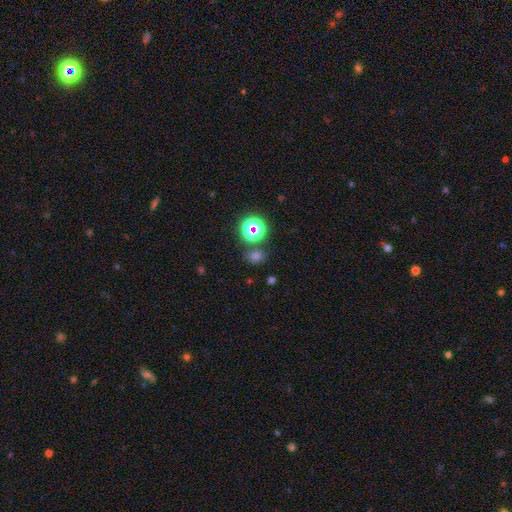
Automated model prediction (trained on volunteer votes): Q: Smooth or featured?
A: smooth (50%); runner-up: star or artifact (42%)
Q: How rounded?
A: round (67%); runner-up: in between (31%)
Q: Merging?
A: none (77%); runner-up: merger (10%)